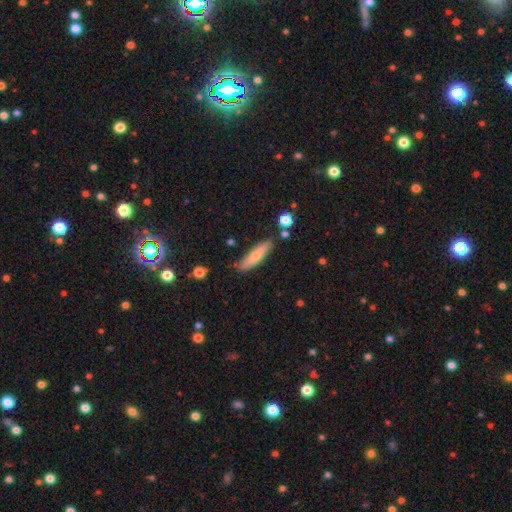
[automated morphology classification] Q: Smooth or featured?
A: smooth (67%); runner-up: featured or disk (26%)
Q: How rounded?
A: cigar-shaped (72%); runner-up: in between (26%)
Q: Merging?
A: none (79%); runner-up: minor disturbance (15%)